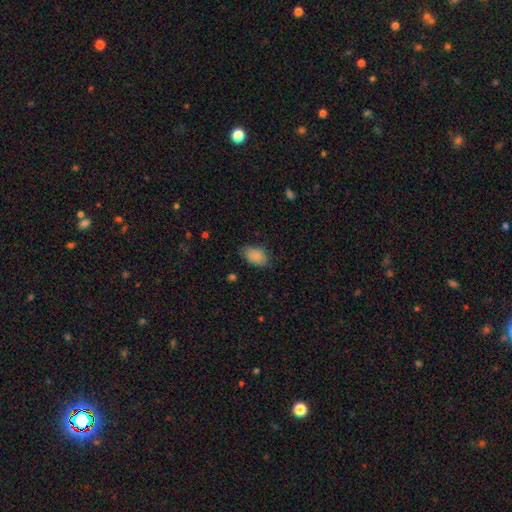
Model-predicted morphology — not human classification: smooth-or-featured: smooth: 87% | star or artifact: 8% | featured or disk: 5%
  how-rounded: in between: 89% | round: 9% | cigar-shaped: 2%
  merging: none: 76% | minor disturbance: 18% | major disturbance: 4% | merger: 1%